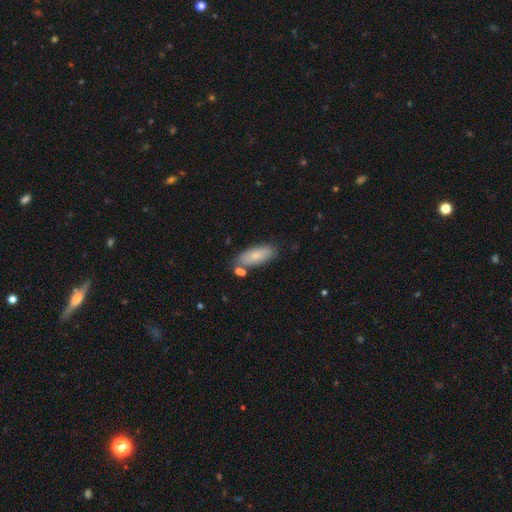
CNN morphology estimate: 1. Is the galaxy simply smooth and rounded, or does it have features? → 72% smooth, 20% featured or disk, 7% star or artifact.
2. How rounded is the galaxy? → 78% in between, 19% cigar-shaped, 3% round.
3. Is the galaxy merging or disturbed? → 73% none, 15% minor disturbance, 9% merger, 3% major disturbance.